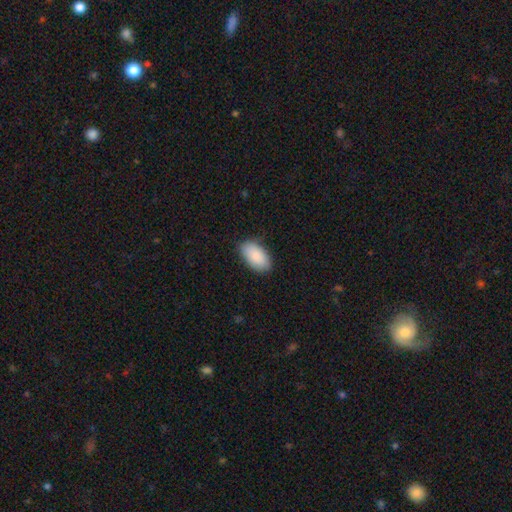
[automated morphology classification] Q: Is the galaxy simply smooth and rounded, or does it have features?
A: smooth — 88%.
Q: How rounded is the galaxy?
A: in between — 95%.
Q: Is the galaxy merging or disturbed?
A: none — 84%.